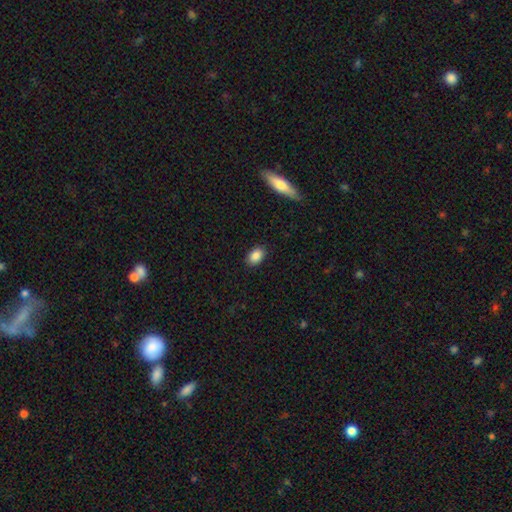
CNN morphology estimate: Q: Smooth or featured?
A: smooth (88%); runner-up: star or artifact (8%)
Q: How rounded?
A: in between (83%); runner-up: round (16%)
Q: Merging?
A: none (88%); runner-up: minor disturbance (9%)